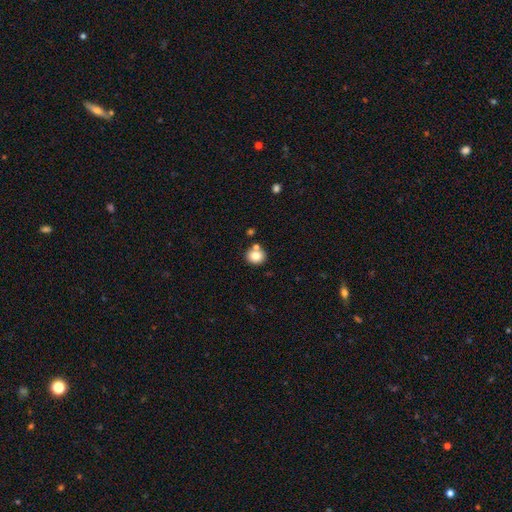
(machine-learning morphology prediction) The model was most divided on "merging": none: 68%, merger: 19%, minor disturbance: 10%, major disturbance: 3%. More confident: how rounded — round (81%); smooth or featured — smooth (80%).